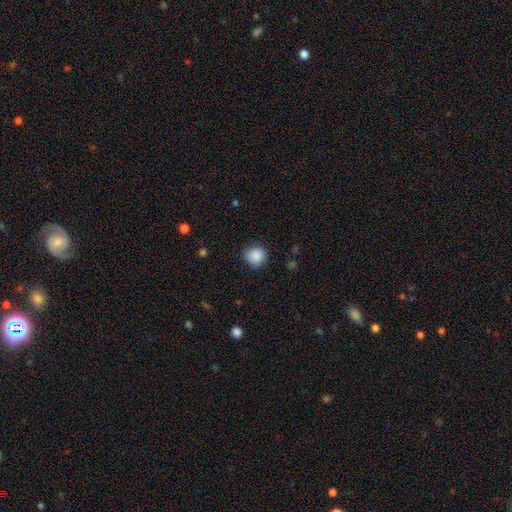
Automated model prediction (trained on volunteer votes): Smooth or featured?
  - smooth: 88% *
  - star or artifact: 9%
  - featured or disk: 4%
How rounded?
  - round: 88% *
  - in between: 11%
  - cigar-shaped: 1%
Merging?
  - none: 81% *
  - minor disturbance: 15%
  - major disturbance: 3%
  - merger: 1%